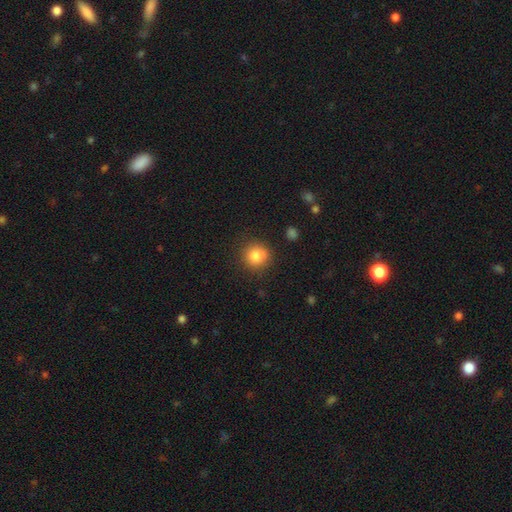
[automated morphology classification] Smooth or featured?
  - smooth: 81% *
  - star or artifact: 11%
  - featured or disk: 8%
How rounded?
  - round: 91% *
  - in between: 8%
  - cigar-shaped: 1%
Merging?
  - none: 77% *
  - minor disturbance: 14%
  - merger: 5%
  - major disturbance: 4%